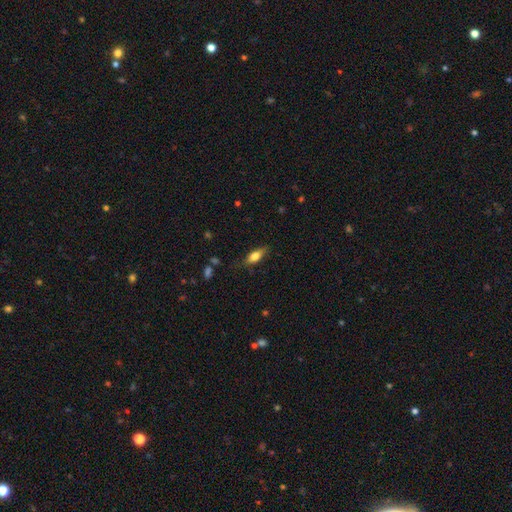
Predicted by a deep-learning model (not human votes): smooth_or_featured: smooth (p=0.67) [alt: featured or disk p=0.26]
how_rounded: in between (p=0.67) [alt: cigar-shaped p=0.30]
merging: none (p=0.76) [alt: minor disturbance p=0.18]